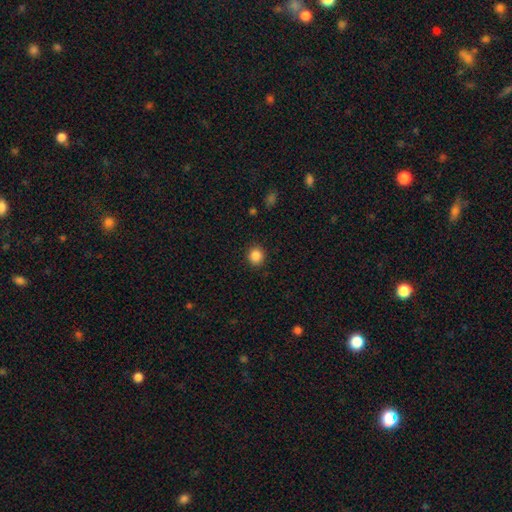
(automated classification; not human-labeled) This appears to be a smooth galaxy with no disk features (86%) that is round (86%). Merging: none (90%).